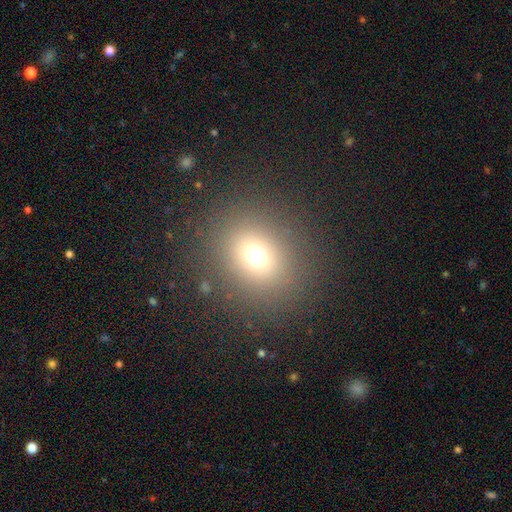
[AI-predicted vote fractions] smooth-or-featured: smooth: 69% | star or artifact: 21% | featured or disk: 10%
  how-rounded: round: 74% | in between: 25% | cigar-shaped: 1%
  merging: none: 86% | minor disturbance: 7% | major disturbance: 5% | merger: 2%